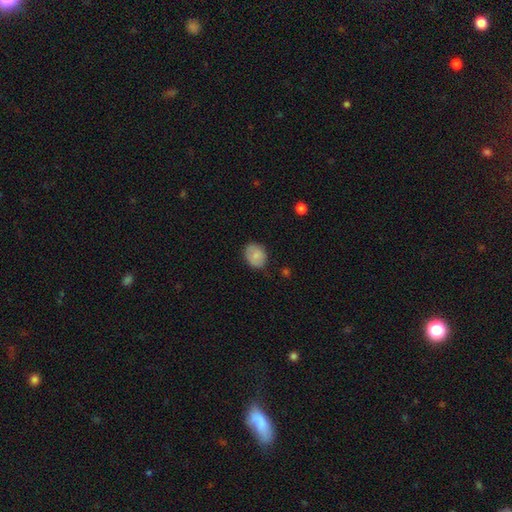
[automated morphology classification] type=smooth (83%); roundness=in between (57%); merging=none (77%).